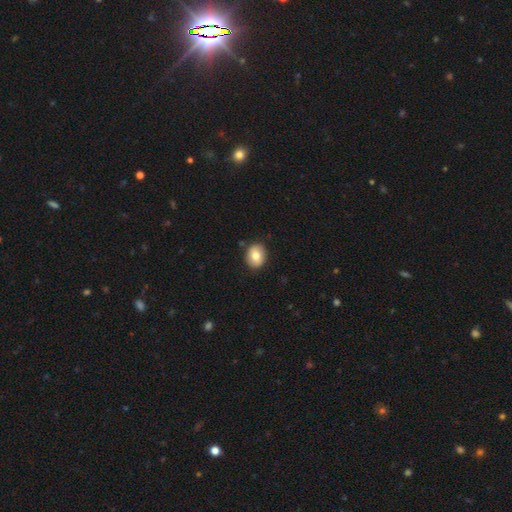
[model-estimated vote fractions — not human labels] Smooth or featured?
  - smooth: 80% *
  - featured or disk: 12%
  - star or artifact: 7%
How rounded?
  - in between: 50% *
  - round: 49%
  - cigar-shaped: 1%
Merging?
  - none: 87% *
  - minor disturbance: 10%
  - major disturbance: 2%
  - merger: 1%